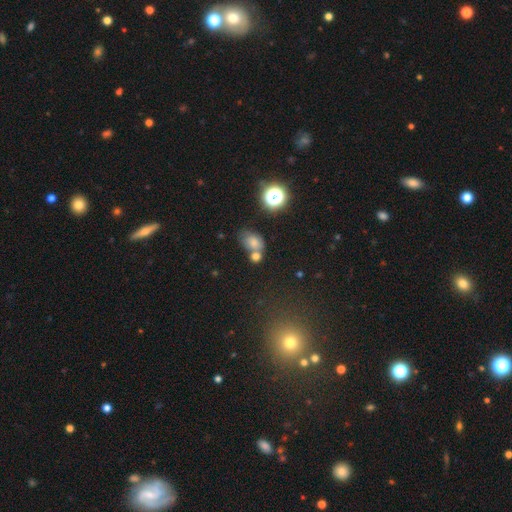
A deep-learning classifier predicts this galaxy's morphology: This appears to be a star or artifact, not a galaxy (47%).